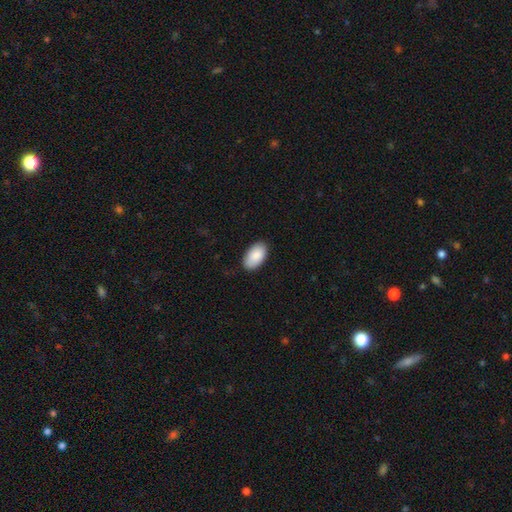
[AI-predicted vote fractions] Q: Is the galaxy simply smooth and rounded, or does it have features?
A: smooth — 89%.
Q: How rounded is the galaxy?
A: in between — 96%.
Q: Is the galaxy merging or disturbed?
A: none — 87%.